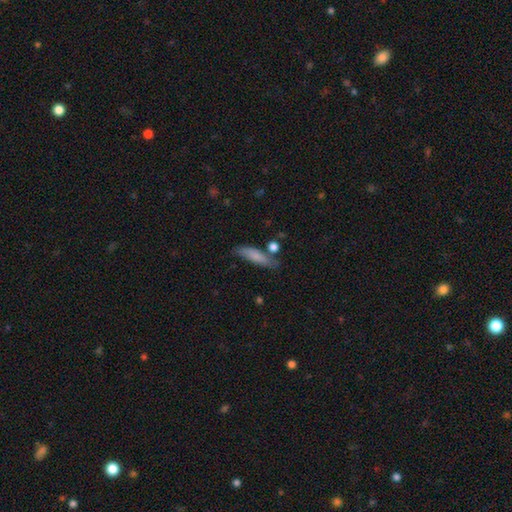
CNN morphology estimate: Overall: smooth (77%). How rounded: cigar-shaped (65%; in between 33%). Merging: none (65%).